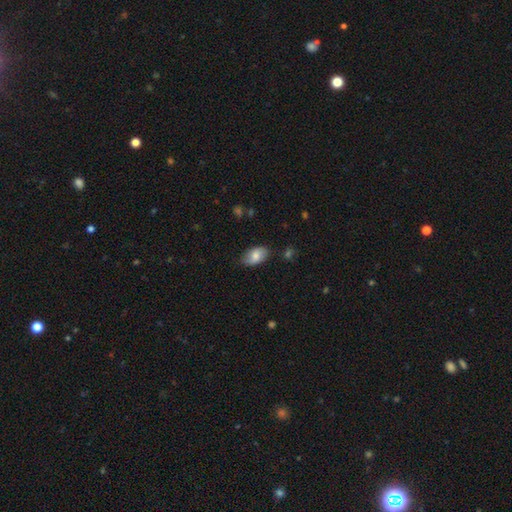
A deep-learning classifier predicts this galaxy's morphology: smooth_or_featured: smooth (p=0.78) [alt: featured or disk p=0.16]
how_rounded: in between (p=0.94) [alt: round p=0.05]
merging: none (p=0.79) [alt: minor disturbance p=0.16]